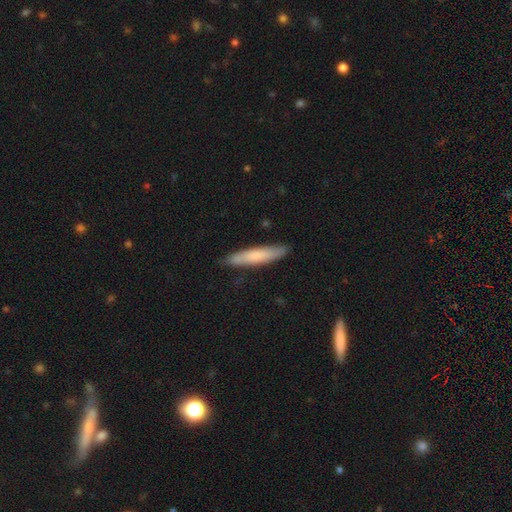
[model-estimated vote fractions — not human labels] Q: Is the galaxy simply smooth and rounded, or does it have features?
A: smooth — 69%.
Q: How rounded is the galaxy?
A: cigar-shaped — 90%.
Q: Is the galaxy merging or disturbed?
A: none — 85%.